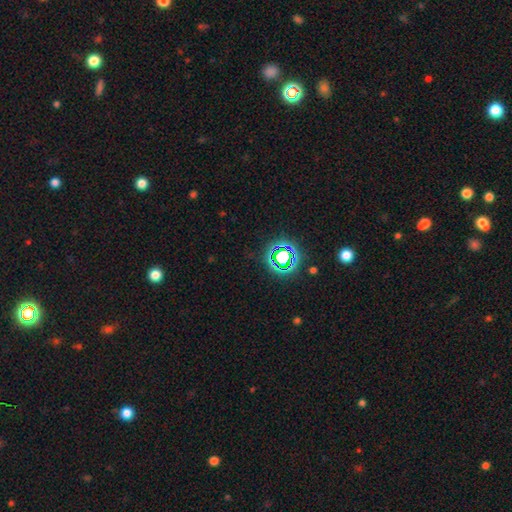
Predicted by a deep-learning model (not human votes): Smooth or featured? star or artifact (76%)